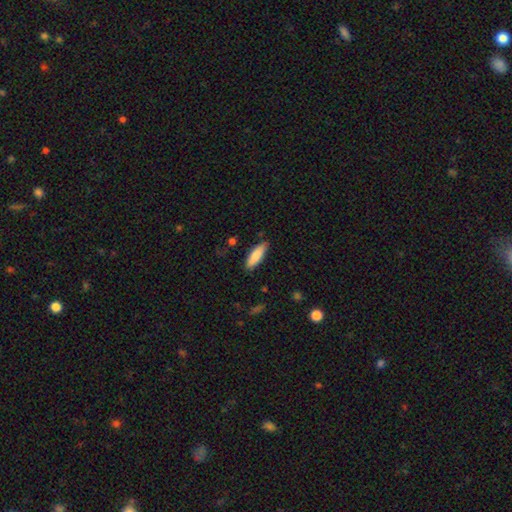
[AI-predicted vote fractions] smooth_or_featured: smooth (p=0.85) [alt: featured or disk p=0.09]
how_rounded: in between (p=0.53) [alt: cigar-shaped p=0.46]
merging: none (p=0.84) [alt: minor disturbance p=0.13]